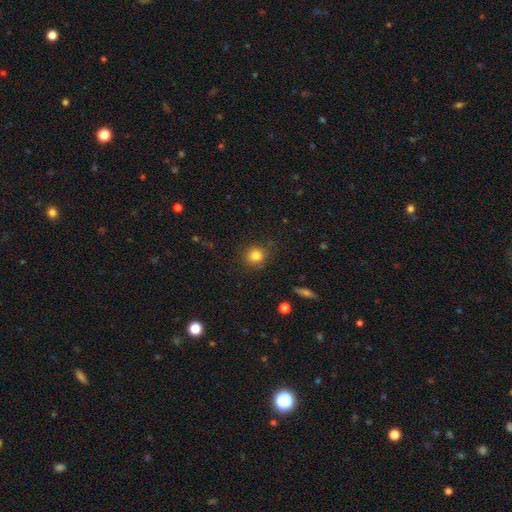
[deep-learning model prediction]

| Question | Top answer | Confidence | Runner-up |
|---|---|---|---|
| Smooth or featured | smooth | 82% | star or artifact (11%) |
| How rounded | round | 89% | in between (10%) |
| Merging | none | 86% | minor disturbance (10%) |